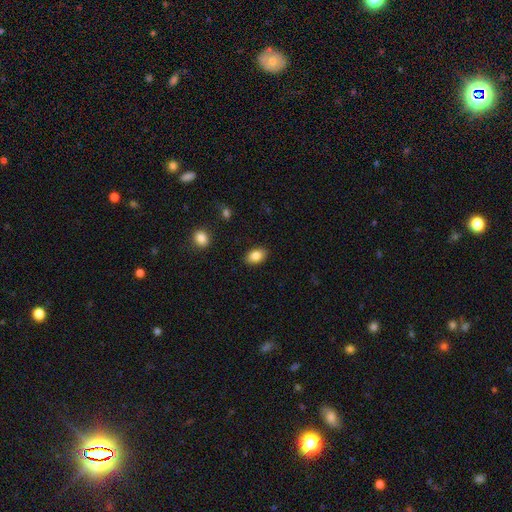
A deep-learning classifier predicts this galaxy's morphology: Smooth or featured: smooth — 84% (star or artifact — 8%)
How rounded: in between — 87% (round — 11%)
Merging: none — 88% (minor disturbance — 9%)